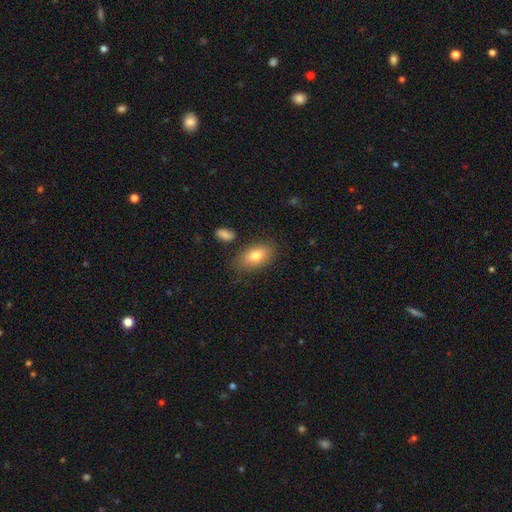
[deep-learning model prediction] Smooth or featured: smooth — 78% (featured or disk — 14%)
How rounded: in between — 90% (round — 7%)
Merging: none — 79% (minor disturbance — 14%)